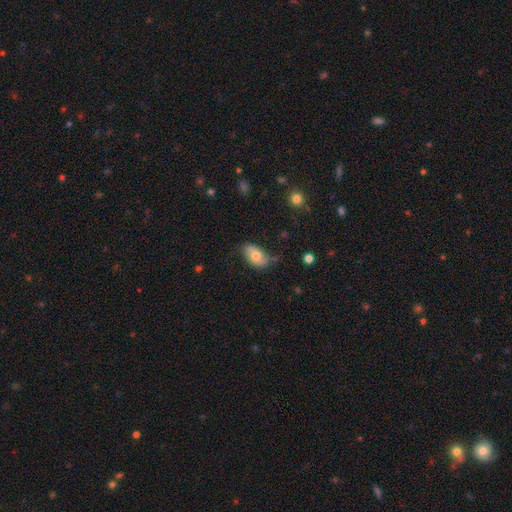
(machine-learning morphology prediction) Smooth or featured? Predicted: smooth (p=0.63). How rounded? Predicted: in between (p=0.91). Merging? Predicted: none (p=0.61).